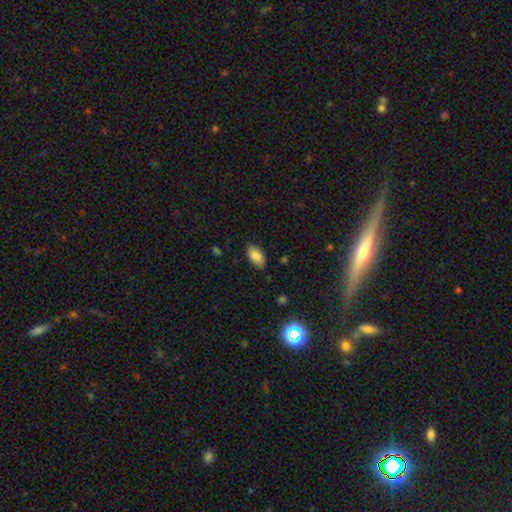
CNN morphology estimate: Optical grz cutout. It shows a smooth galaxy with no disk features (85%) that is in between round and cigar-shaped (95%). Merging: none (84%).